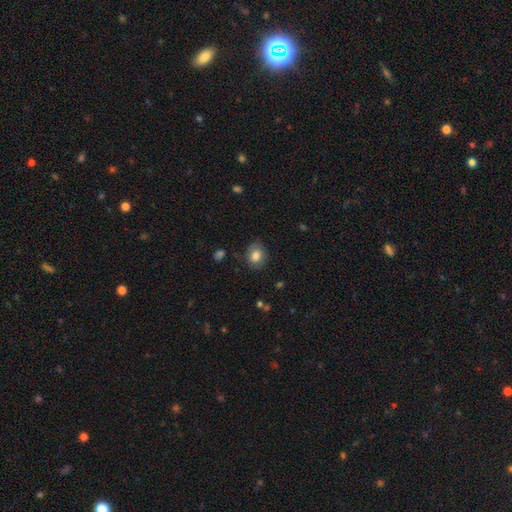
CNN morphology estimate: Overall: smooth (80%). How rounded: round (59%; in between 40%). Merging: none (80%).